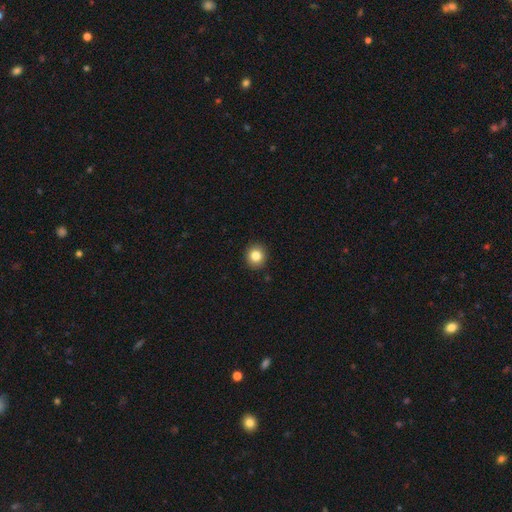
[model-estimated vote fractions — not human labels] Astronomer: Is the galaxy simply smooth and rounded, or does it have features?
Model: smooth — 83%.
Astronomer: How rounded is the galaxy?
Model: round — 89%.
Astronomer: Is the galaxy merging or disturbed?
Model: none — 92%.